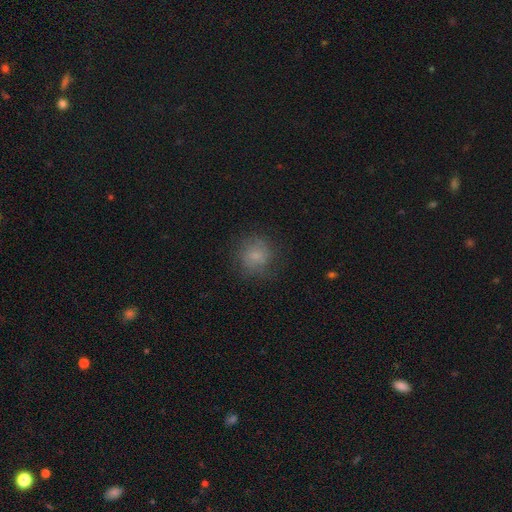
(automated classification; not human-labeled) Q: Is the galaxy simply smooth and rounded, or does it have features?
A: smooth — 74%.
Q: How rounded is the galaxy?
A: round — 87%.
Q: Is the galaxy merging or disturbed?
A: none — 75%.